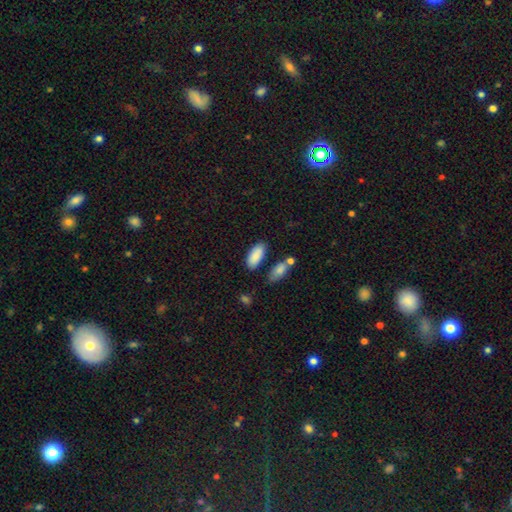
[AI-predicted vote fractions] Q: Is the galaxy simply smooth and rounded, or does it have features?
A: smooth — 87%.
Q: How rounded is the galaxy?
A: in between — 88%.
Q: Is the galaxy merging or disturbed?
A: none — 75%.